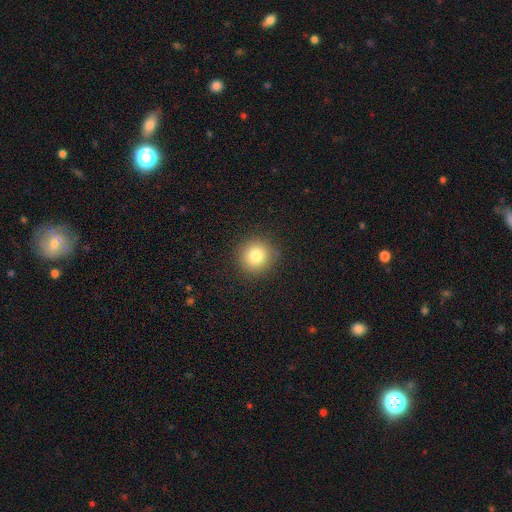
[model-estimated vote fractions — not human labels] Smooth or featured: smooth — 81% (star or artifact — 11%)
How rounded: round — 93% (in between — 6%)
Merging: none — 90% (minor disturbance — 7%)